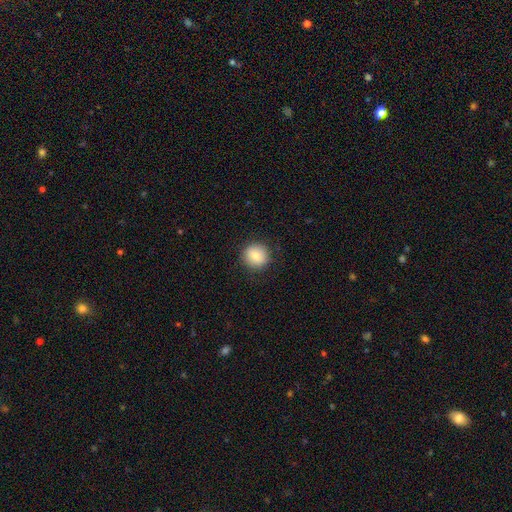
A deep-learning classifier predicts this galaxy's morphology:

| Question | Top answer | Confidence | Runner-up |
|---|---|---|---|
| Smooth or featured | smooth | 82% | star or artifact (9%) |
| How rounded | round | 92% | in between (7%) |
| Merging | none | 88% | minor disturbance (8%) |